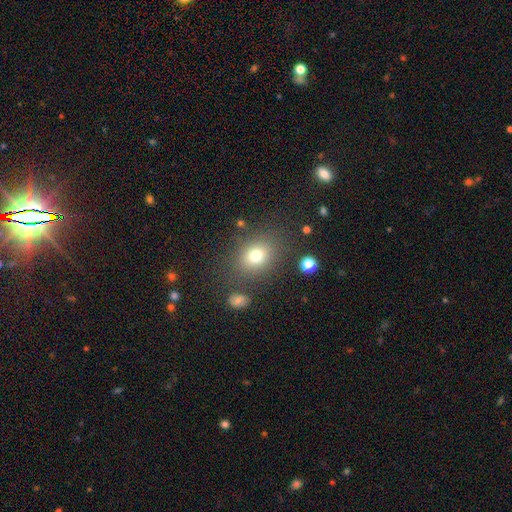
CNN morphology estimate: smooth-or-featured: smooth: 75% | star or artifact: 15% | featured or disk: 10%
  how-rounded: round: 56% | in between: 43% | cigar-shaped: 1%
  merging: none: 79% | minor disturbance: 11% | major disturbance: 5% | merger: 4%